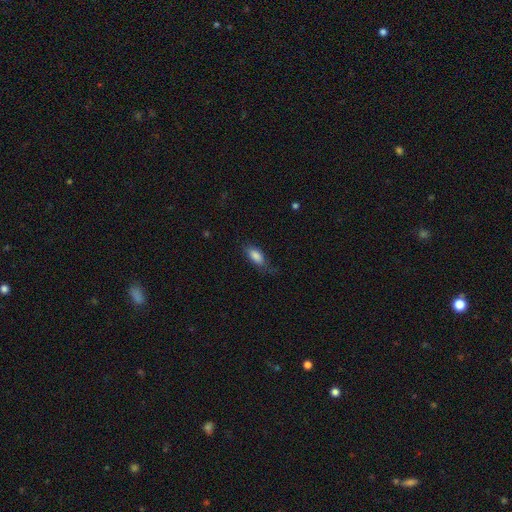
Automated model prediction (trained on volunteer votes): Smooth or featured? Predicted: smooth (p=0.82). How rounded? Predicted: in between (p=0.83). Merging? Predicted: none (p=0.58).